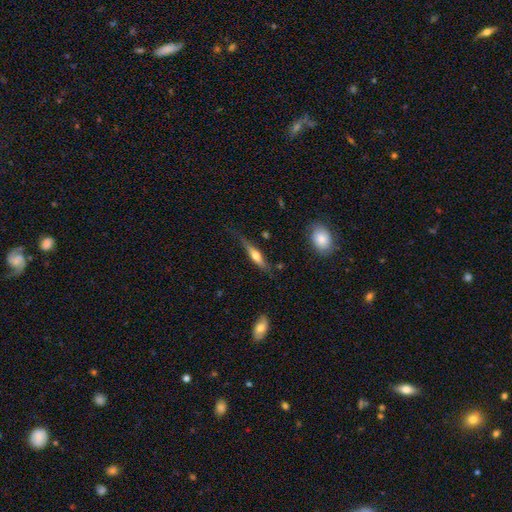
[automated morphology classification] A featured or disk galaxy (51%) viewed edge-on (92%). Merging: none (62%).